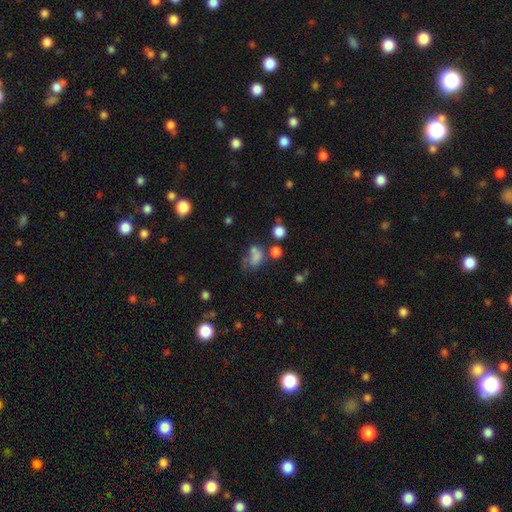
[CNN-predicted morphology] Smooth or featured: smooth — 68% (star or artifact — 17%)
How rounded: in between — 66% (round — 32%)
Merging: none — 31% (major disturbance — 24%)